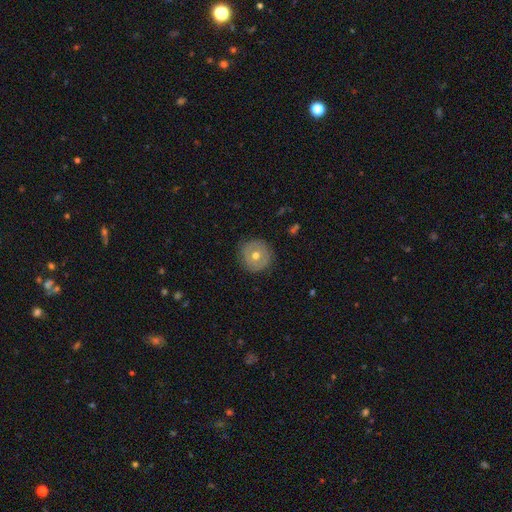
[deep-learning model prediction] Smooth or featured?
  - smooth: 55% *
  - featured or disk: 37%
  - star or artifact: 8%
How rounded?
  - round: 95% *
  - in between: 4%
  - cigar-shaped: 1%
Merging?
  - none: 88% *
  - minor disturbance: 8%
  - major disturbance: 2%
  - merger: 1%